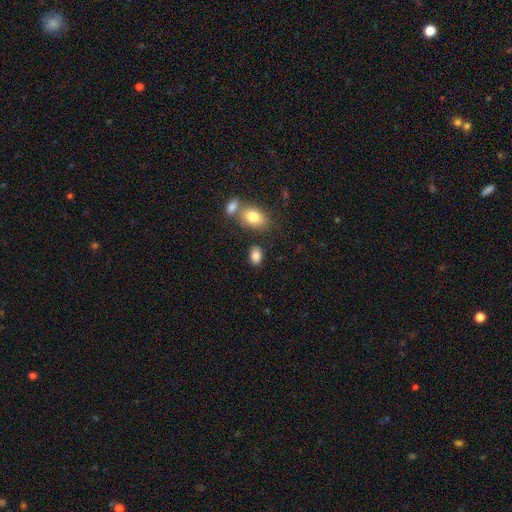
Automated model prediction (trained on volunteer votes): Overall: smooth (85%). How rounded: in between (83%). Merging: none (77%).